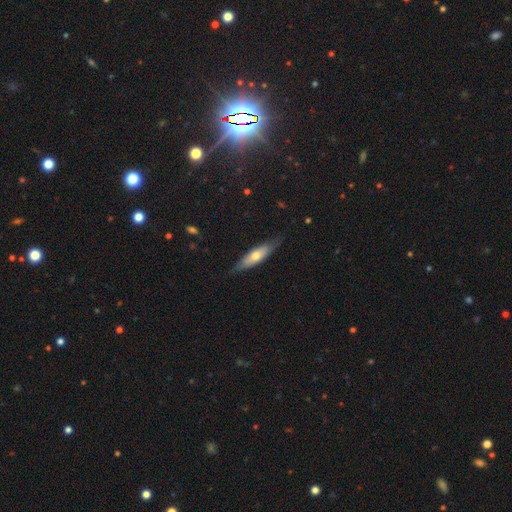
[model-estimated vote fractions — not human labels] Smooth or featured?
  - smooth: 52% *
  - featured or disk: 43%
  - star or artifact: 6%
How rounded?
  - cigar-shaped: 61% *
  - in between: 37%
  - round: 2%
Merging?
  - none: 77% *
  - minor disturbance: 19%
  - major disturbance: 3%
  - merger: 1%